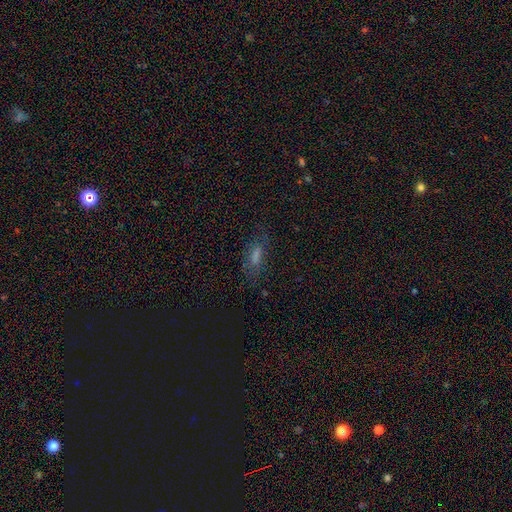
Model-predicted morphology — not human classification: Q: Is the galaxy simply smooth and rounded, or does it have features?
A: smooth — 47%.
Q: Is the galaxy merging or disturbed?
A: none — 70%.